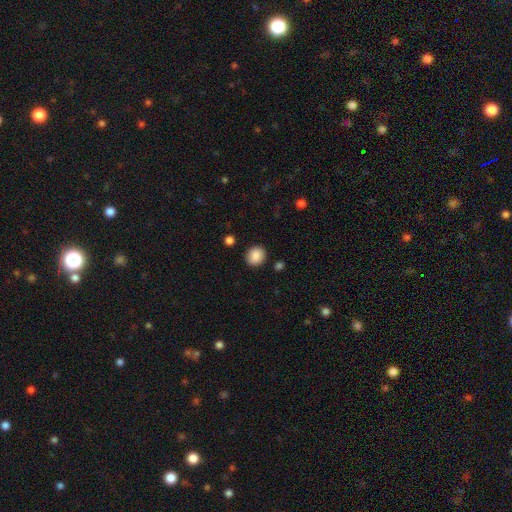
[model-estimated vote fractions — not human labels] This is clearly a smooth galaxy (88%). How rounded: clearly round (81%). Merging: clearly none (89%).